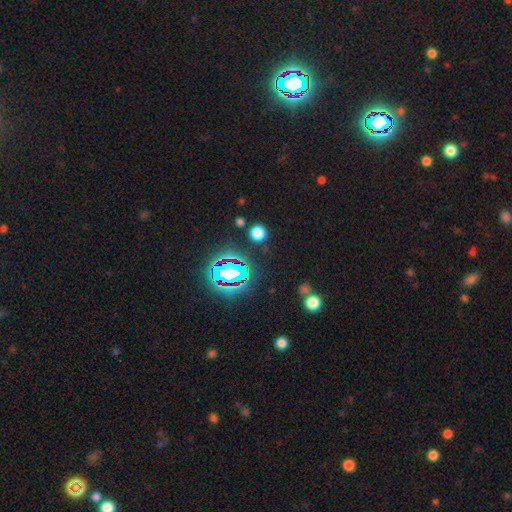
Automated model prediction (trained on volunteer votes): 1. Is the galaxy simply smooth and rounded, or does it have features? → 81% star or artifact, 11% smooth, 8% featured or disk.